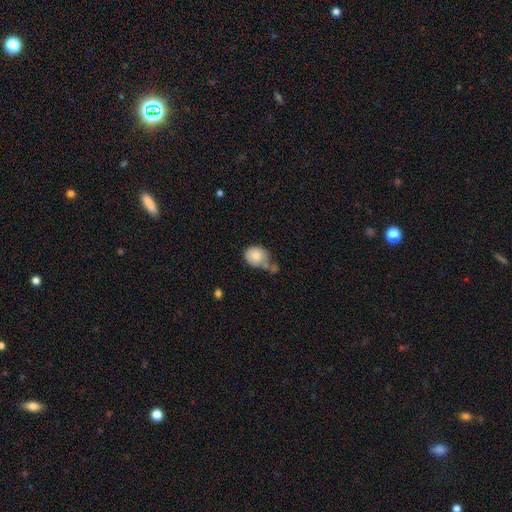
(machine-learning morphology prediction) The model was most divided on "merging": none: 36%, merger: 30%, minor disturbance: 23%, major disturbance: 11%. More confident: smooth or featured — smooth (80%); how rounded — round (68%).